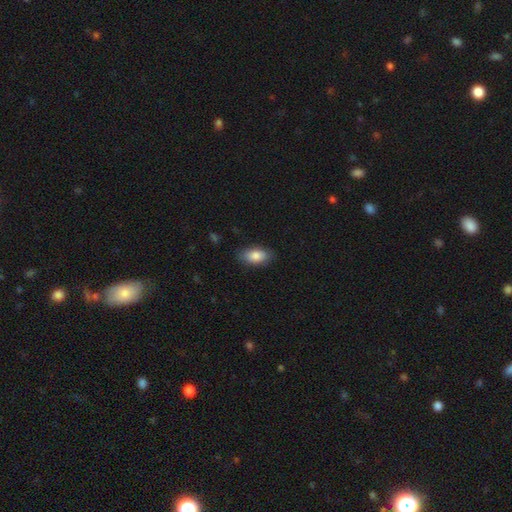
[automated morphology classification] Overall: smooth (84%). How rounded: in between (92%). Merging: none (84%).